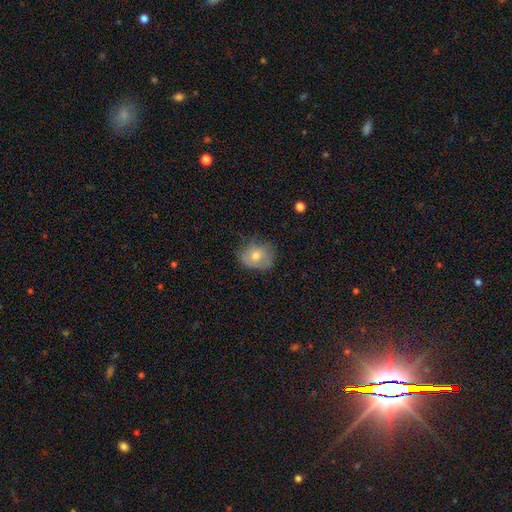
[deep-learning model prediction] A smooth galaxy with no disk features (65%) that is round (61%).

Vote fractions:
- Smooth or featured? smooth: 65% / featured or disk: 26% / star or artifact: 10%
- How rounded? round: 61% / in between: 38% / cigar-shaped: 1%
- Merging? none: 62% / minor disturbance: 27% / major disturbance: 9% / merger: 1%